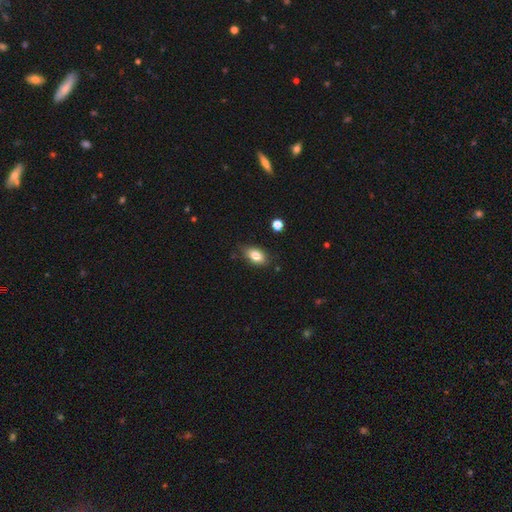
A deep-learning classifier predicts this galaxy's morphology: A smooth galaxy with no disk features (82%) that is in between round and cigar-shaped (88%).

Vote fractions:
- Smooth or featured? smooth: 82% / featured or disk: 9% / star or artifact: 8%
- How rounded? in between: 88% / round: 8% / cigar-shaped: 5%
- Merging? none: 78% / minor disturbance: 17% / major disturbance: 3% / merger: 2%